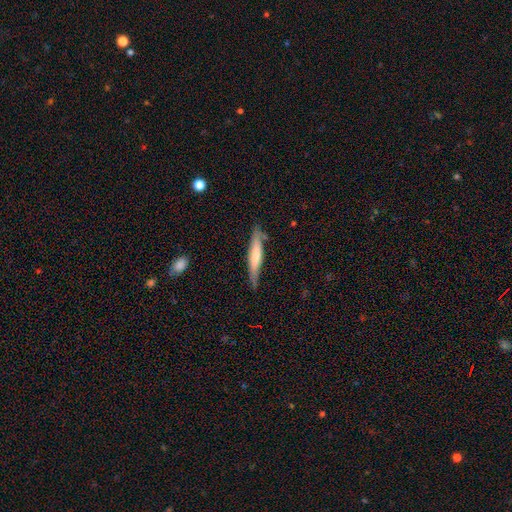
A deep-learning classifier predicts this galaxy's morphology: Overall: smooth (59%; featured or disk 35%). How rounded: cigar-shaped (91%). Merging: none (78%).